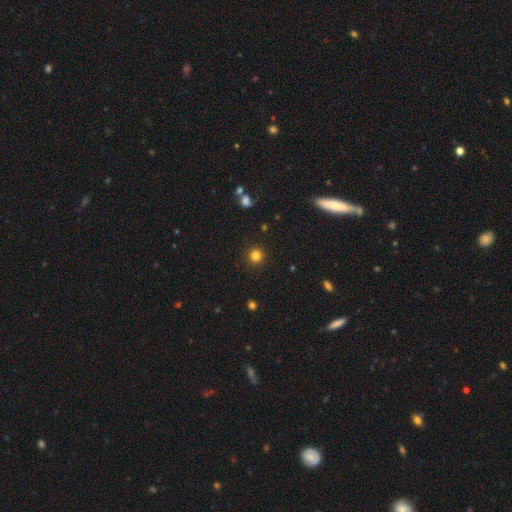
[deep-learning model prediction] Smooth or featured? Predicted: smooth (p=0.82). How rounded? Predicted: round (p=0.95). Merging? Predicted: none (p=0.92).